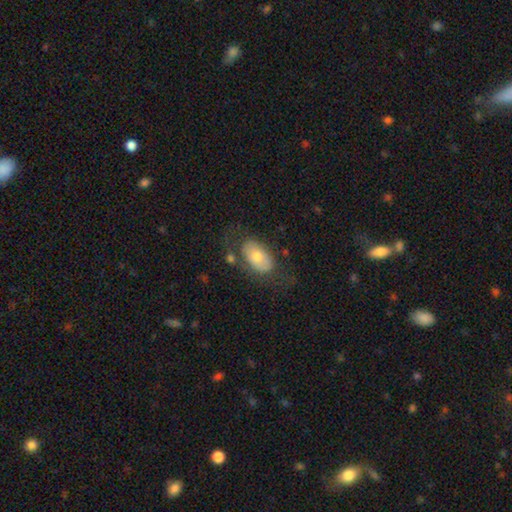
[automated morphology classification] The model was most divided on "smooth or featured": smooth: 63%, featured or disk: 30%, star or artifact: 7%. More confident: how rounded — in between (91%); merging — none (64%).